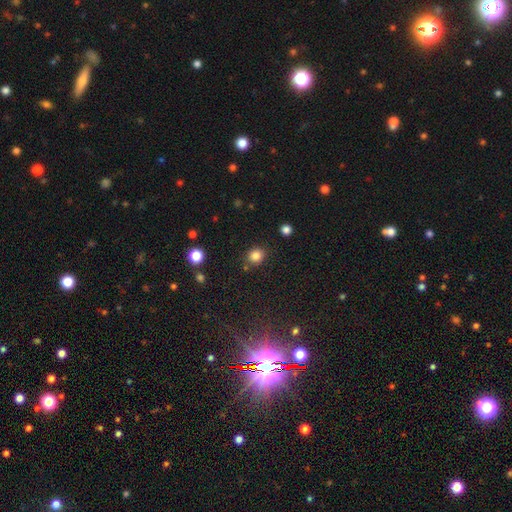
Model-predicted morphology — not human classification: This is clearly a smooth galaxy (84%). How rounded: likely round (77%). Merging: clearly none (82%).